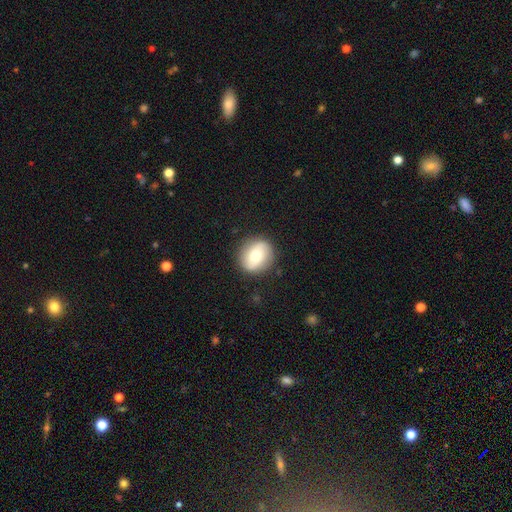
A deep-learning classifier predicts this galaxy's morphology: smooth-or-featured: smooth: 64% | featured or disk: 28% | star or artifact: 8%
  how-rounded: round: 81% | in between: 18% | cigar-shaped: 1%
  merging: none: 87% | minor disturbance: 9% | major disturbance: 3% | merger: 1%